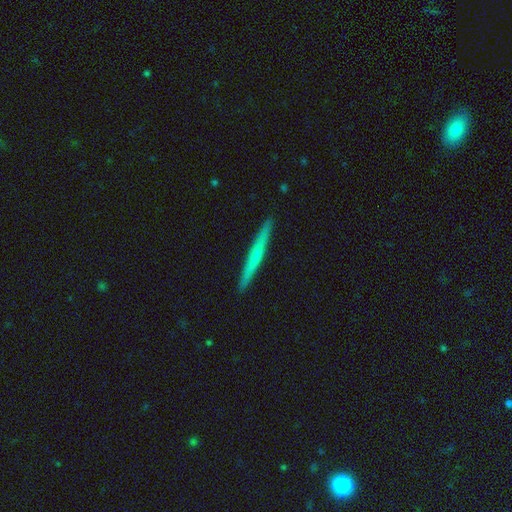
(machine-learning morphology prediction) smooth 48%, featured or disk 47%, star or artifact 5%. Down the decision tree: merging — none (93%).